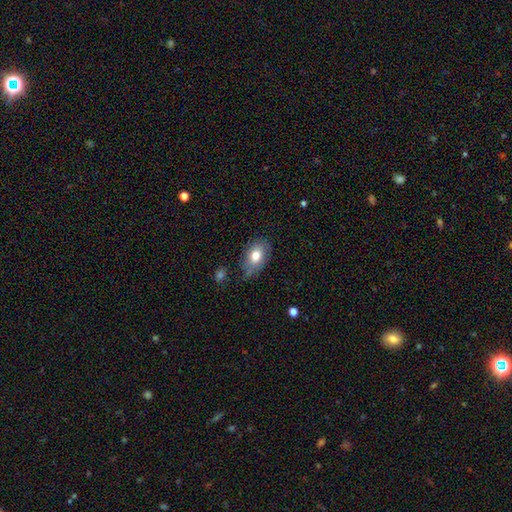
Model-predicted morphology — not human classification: smooth-or-featured: smooth: 76% | featured or disk: 16% | star or artifact: 8%
  how-rounded: in between: 86% | round: 12% | cigar-shaped: 2%
  merging: none: 62% | minor disturbance: 29% | major disturbance: 7% | merger: 2%